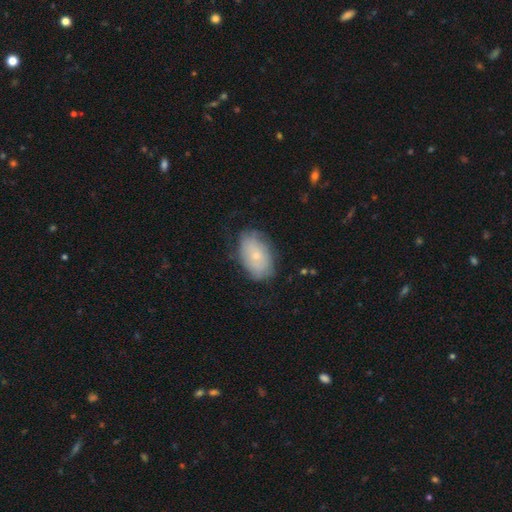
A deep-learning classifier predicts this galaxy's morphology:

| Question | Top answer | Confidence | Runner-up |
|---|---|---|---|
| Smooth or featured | smooth | 62% | featured or disk (31%) |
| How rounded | in between | 90% | round (8%) |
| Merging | none | 70% | minor disturbance (21%) |